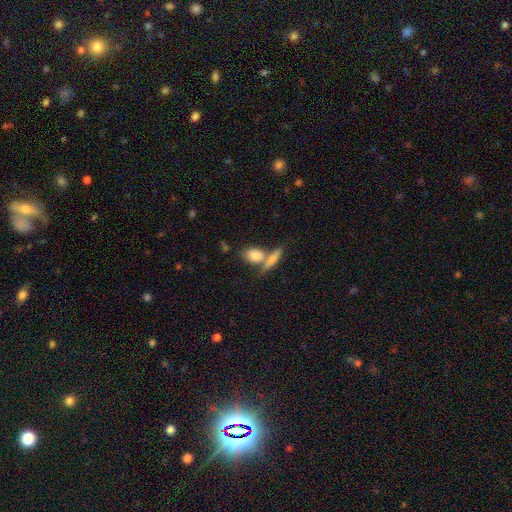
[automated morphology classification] Smooth or featured: smooth — 80% (featured or disk — 13%)
How rounded: in between — 66% (round — 23%)
Merging: none — 46% (merger — 40%)